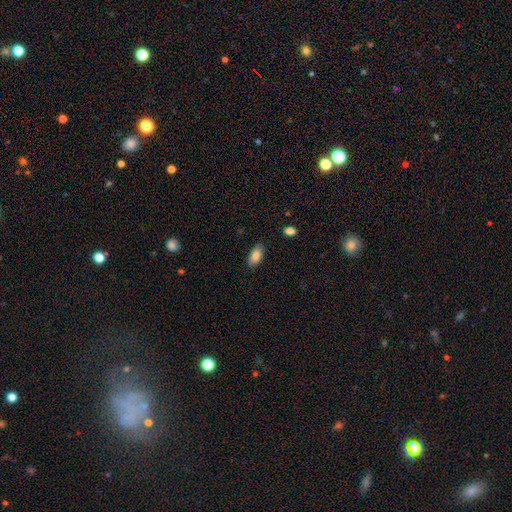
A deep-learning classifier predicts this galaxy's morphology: type=smooth (84%); roundness=in between (92%); merging=none (86%).